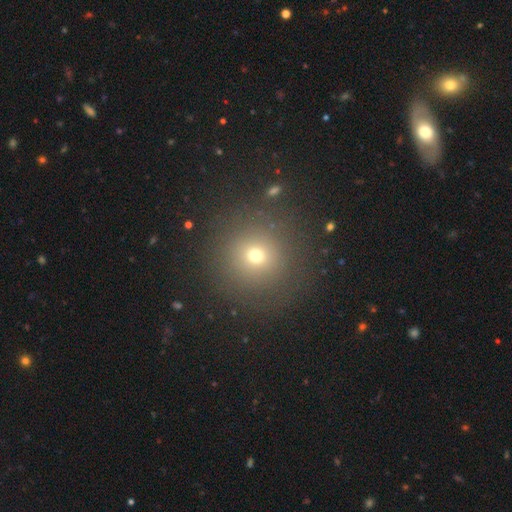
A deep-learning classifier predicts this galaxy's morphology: Smooth or featured?
  - smooth: 68% *
  - star or artifact: 22%
  - featured or disk: 10%
How rounded?
  - round: 93% *
  - in between: 6%
  - cigar-shaped: 1%
Merging?
  - none: 85% *
  - minor disturbance: 8%
  - major disturbance: 5%
  - merger: 2%